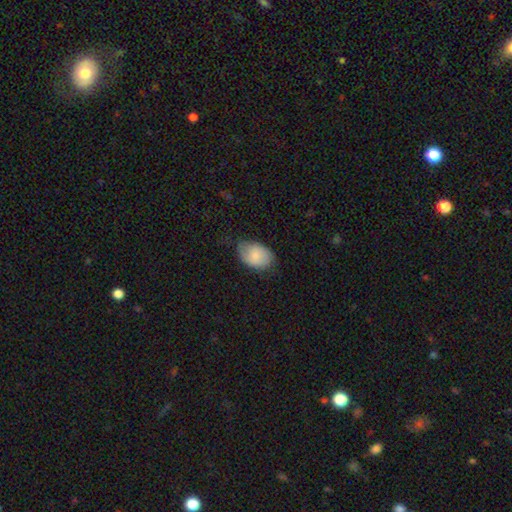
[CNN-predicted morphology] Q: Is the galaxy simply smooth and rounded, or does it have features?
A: smooth — 78%.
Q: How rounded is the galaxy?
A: in between — 85%.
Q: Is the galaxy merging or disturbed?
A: none — 62%.